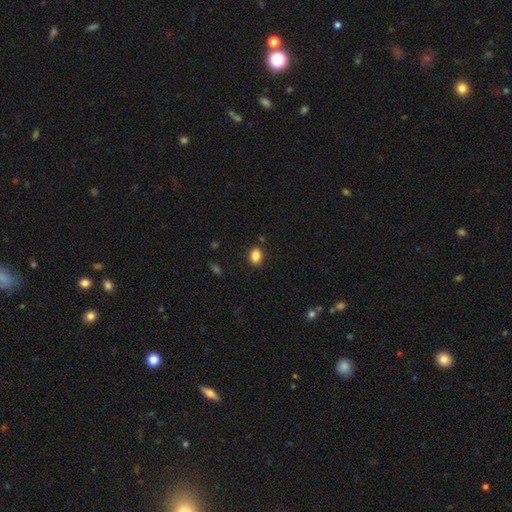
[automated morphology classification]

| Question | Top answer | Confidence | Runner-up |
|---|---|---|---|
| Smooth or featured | smooth | 86% | star or artifact (9%) |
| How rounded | in between | 73% | round (26%) |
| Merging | none | 84% | minor disturbance (11%) |